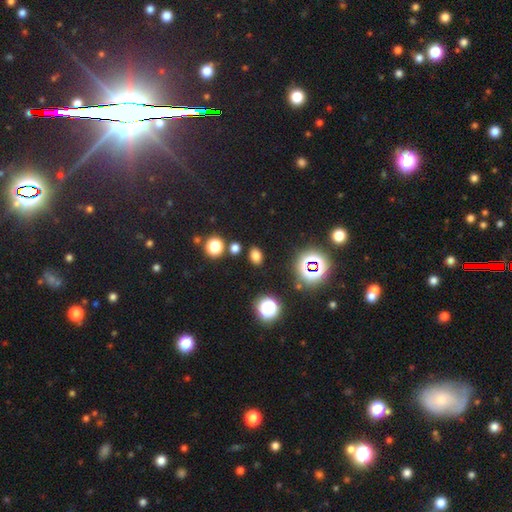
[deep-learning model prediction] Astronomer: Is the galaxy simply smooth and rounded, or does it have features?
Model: smooth — 72%.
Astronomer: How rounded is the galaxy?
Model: in between — 73%.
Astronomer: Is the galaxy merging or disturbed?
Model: none — 84%.